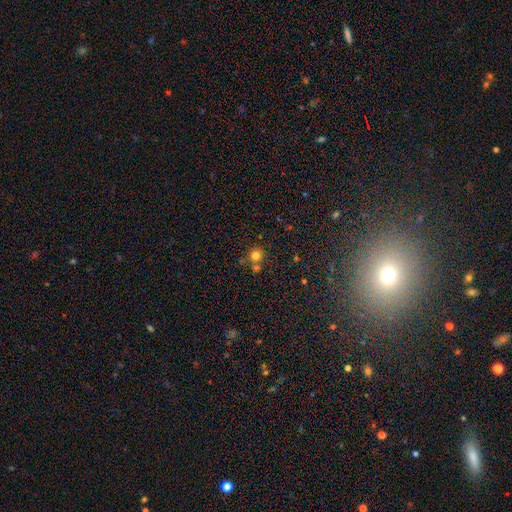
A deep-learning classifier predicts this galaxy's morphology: Q: Smooth or featured?
A: smooth (77%); runner-up: star or artifact (15%)
Q: How rounded?
A: round (91%); runner-up: in between (8%)
Q: Merging?
A: none (64%); runner-up: merger (25%)